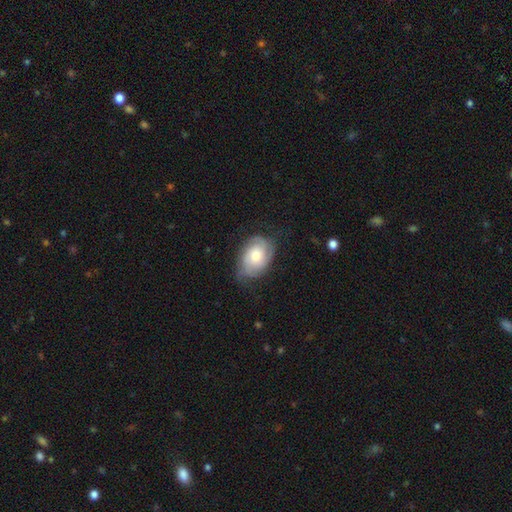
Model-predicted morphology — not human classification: This appears to be a featured or disk galaxy (60%) with no bar (79%), 2 (35%) tight (58%) spiral arms (87%) and a moderate central bulge (65%). Merging: none (60%).